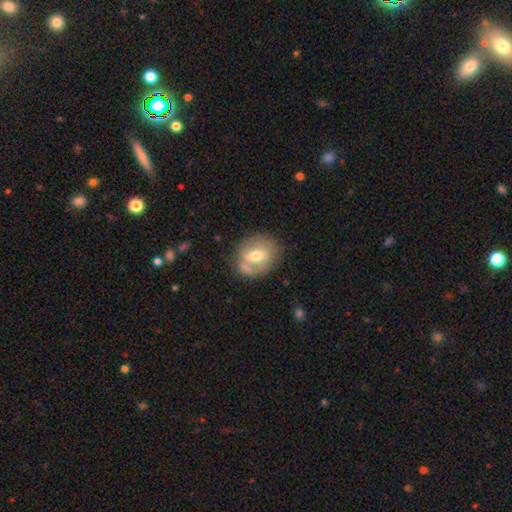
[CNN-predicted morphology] smooth 50%, featured or disk 42%, star or artifact 8%. Down the decision tree: merging — none (66%).